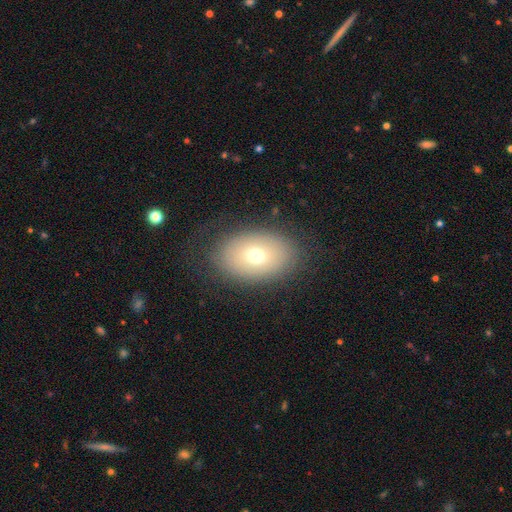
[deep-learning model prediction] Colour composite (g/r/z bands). It shows a smooth galaxy with no disk features (67%) that is in between round and cigar-shaped (81%). Merging: none (79%).